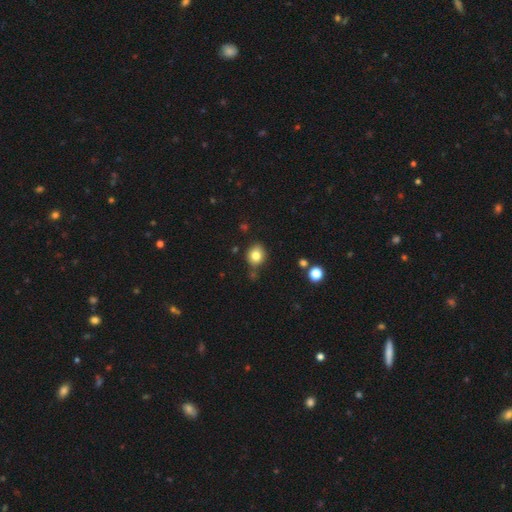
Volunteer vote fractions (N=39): smooth-or-featured: smooth: 77% | featured or disk: 15% | star or artifact: 8%
  how-rounded: round: 67% | in between: 33% | cigar-shaped: 0%
  merging: none: 69% | minor disturbance: 17% | merger: 8% | major disturbance: 6%